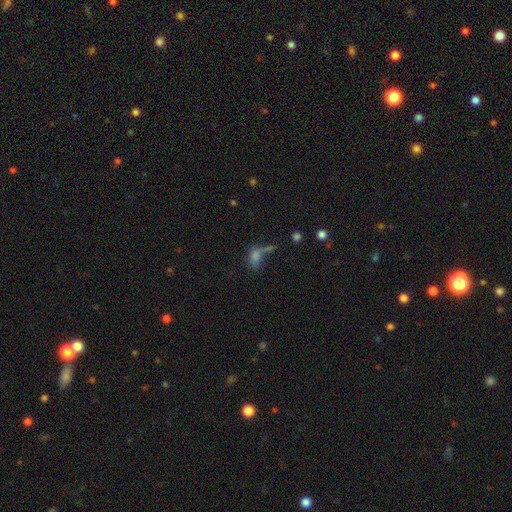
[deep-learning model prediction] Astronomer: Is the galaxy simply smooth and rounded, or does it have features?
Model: smooth — 71%.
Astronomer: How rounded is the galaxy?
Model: in between — 78%.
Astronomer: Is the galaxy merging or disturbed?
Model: none — 36% (runner-up: merger, 26%).